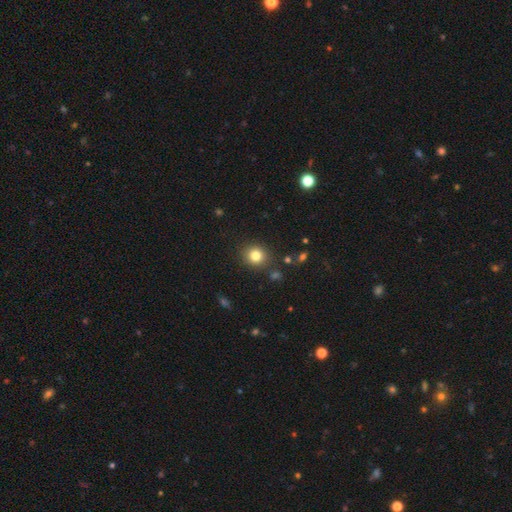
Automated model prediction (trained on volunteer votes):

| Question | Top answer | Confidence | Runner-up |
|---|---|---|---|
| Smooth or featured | smooth | 82% | star or artifact (12%) |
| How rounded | round | 85% | in between (14%) |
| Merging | none | 88% | minor disturbance (7%) |